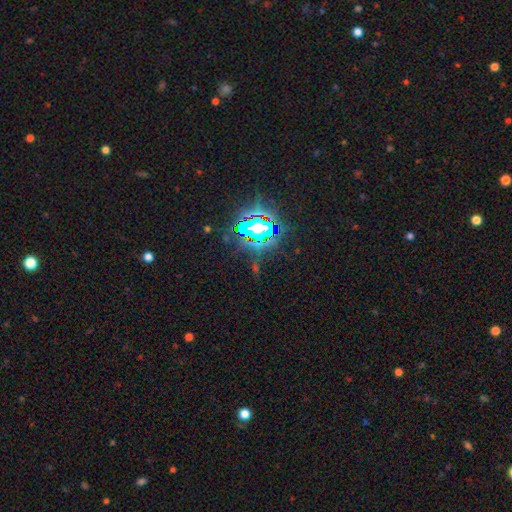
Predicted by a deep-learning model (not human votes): Overall: star or artifact (82%).